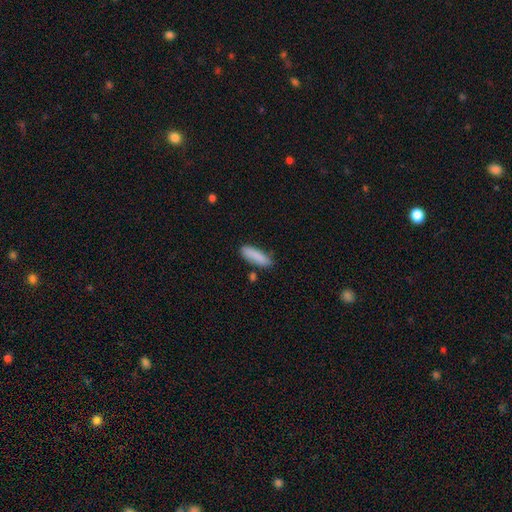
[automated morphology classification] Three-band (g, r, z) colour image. It shows a smooth galaxy with no disk features (87%) that is cigar-shaped (54%). Merging: none (75%).